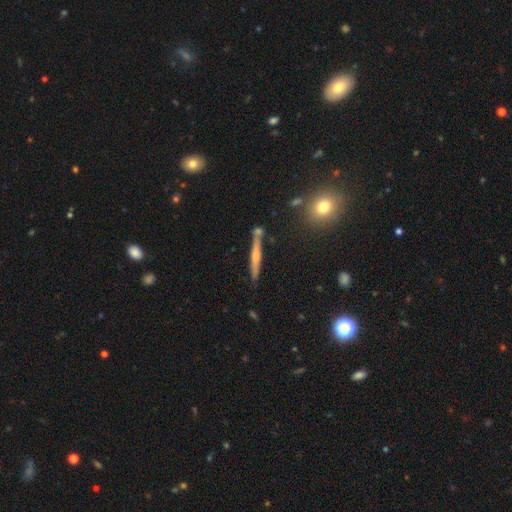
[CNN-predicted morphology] type=featured or disk (52%); edge-on=yes (96%); merging=none (78%).